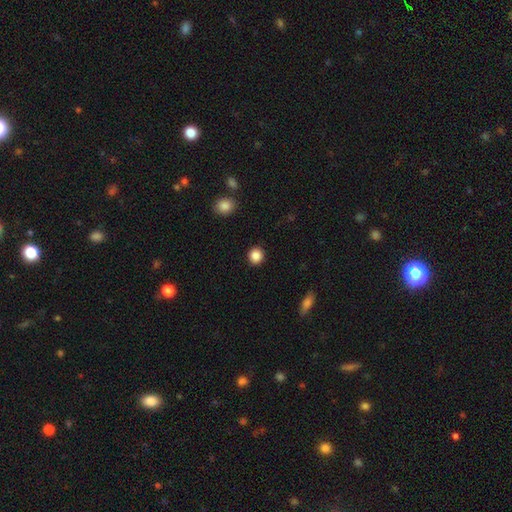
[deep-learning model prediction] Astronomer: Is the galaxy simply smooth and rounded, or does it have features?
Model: smooth — 87%.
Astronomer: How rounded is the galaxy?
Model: round — 90%.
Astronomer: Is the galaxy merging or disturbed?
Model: none — 92%.